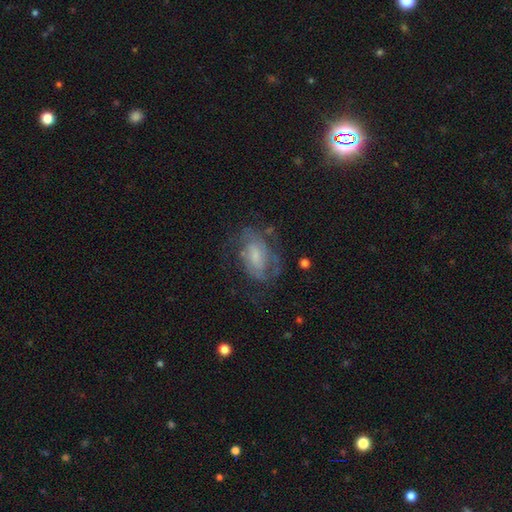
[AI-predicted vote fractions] The model was most divided on "bar": no: 45%, weak: 43%, strong: 12%. Remaining: edge-on disk — no (96%); spiral arms — yes (77%); smooth or featured — featured or disk (67%); merging — none (53%); bulge size — small (46%).